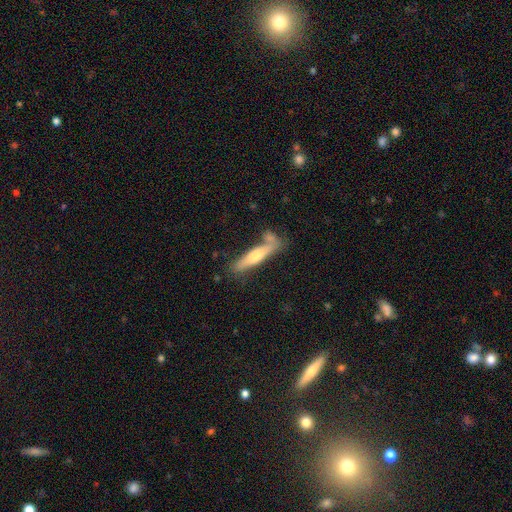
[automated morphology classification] Smooth or featured?
  - featured or disk: 49% *
  - smooth: 44%
  - star or artifact: 7%
Merging?
  - none: 65% *
  - minor disturbance: 18%
  - merger: 12%
  - major disturbance: 5%